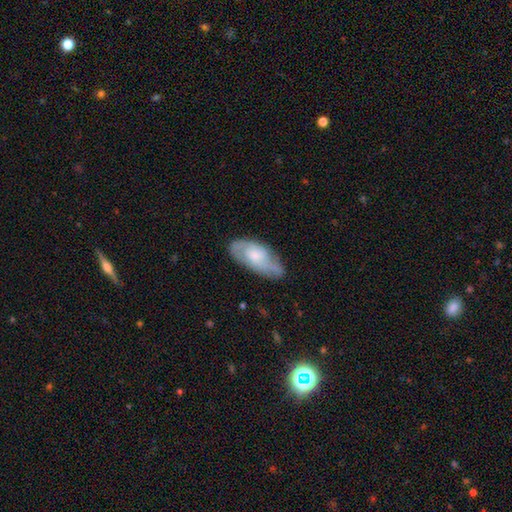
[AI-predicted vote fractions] Smooth or featured? Predicted: featured or disk (p=0.54). Edge-on disk? Predicted: no (p=0.90). Merging? Predicted: none (p=0.66).